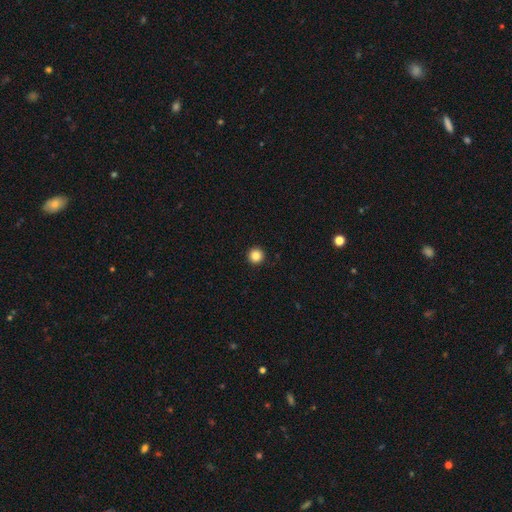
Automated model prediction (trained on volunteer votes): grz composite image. It shows a smooth galaxy with no disk features (85%) that is round (97%). Merging: none (94%).